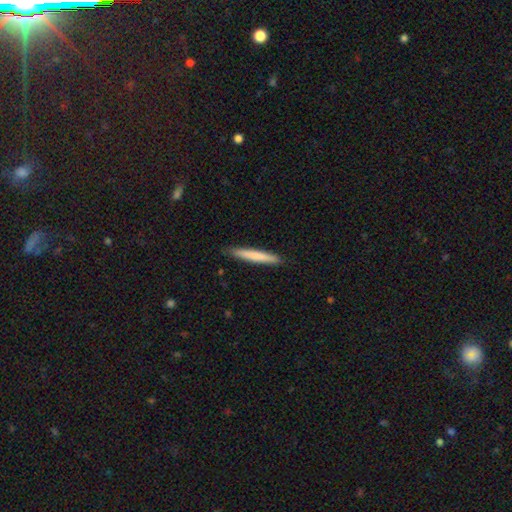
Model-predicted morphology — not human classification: Smooth or featured? Predicted: smooth (p=0.75). How rounded? Predicted: cigar-shaped (p=0.96). Merging? Predicted: none (p=0.89).